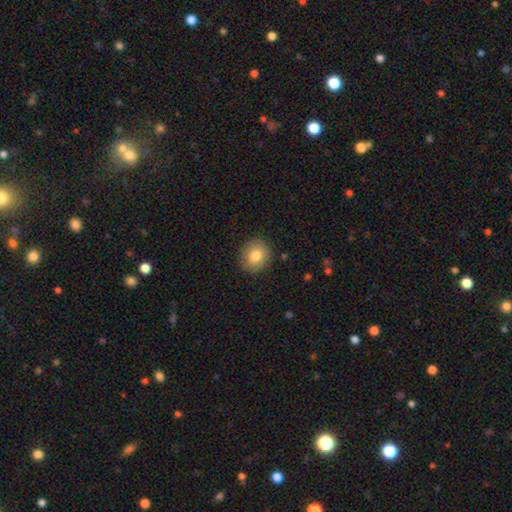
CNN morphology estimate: Q: Smooth or featured?
A: smooth (80%); runner-up: featured or disk (11%)
Q: How rounded?
A: round (77%); runner-up: in between (22%)
Q: Merging?
A: none (88%); runner-up: minor disturbance (8%)